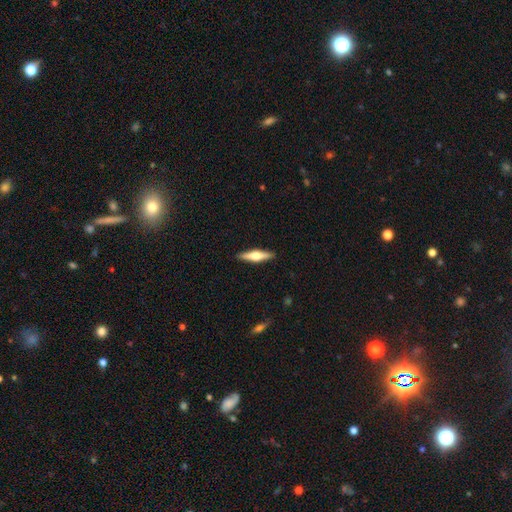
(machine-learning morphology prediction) Smooth or featured?
  - featured or disk: 61% *
  - smooth: 34%
  - star or artifact: 5%
Edge-on disk?
  - yes: 97% *
  - no: 3%
Edge-on bulge?
  - rounded: 93% *
  - boxy: 5%
  - none: 2%
Merging?
  - none: 91% *
  - minor disturbance: 6%
  - major disturbance: 1%
  - merger: 1%